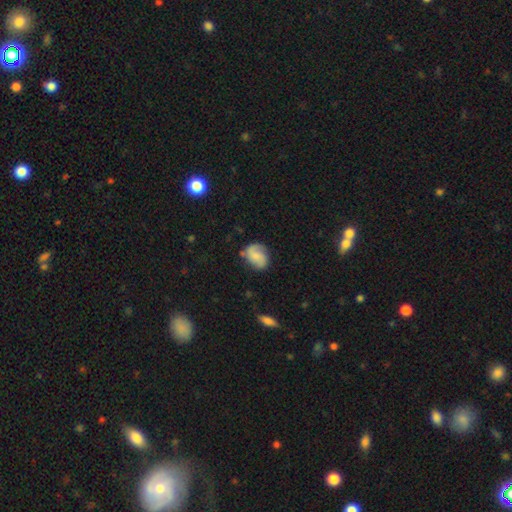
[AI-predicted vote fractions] This appears to be a featured or disk galaxy (56%) with no bar (55%), spiral arms (91%) and a small central bulge (41%). Merging: none (67%).